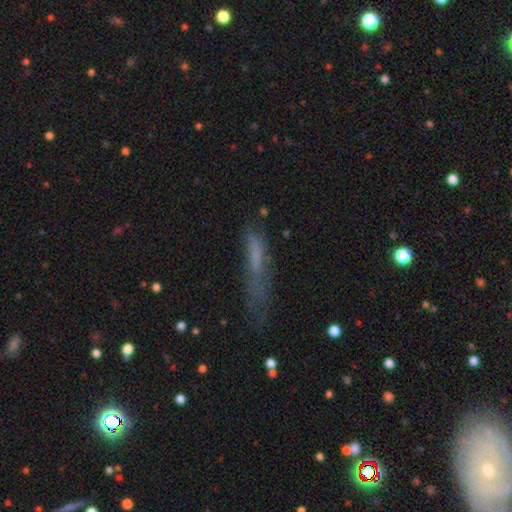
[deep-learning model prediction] smooth-or-featured: smooth: 58% | featured or disk: 29% | star or artifact: 13%
  how-rounded: cigar-shaped: 86% | in between: 12% | round: 2%
  merging: none: 44% | minor disturbance: 27% | major disturbance: 25% | merger: 4%